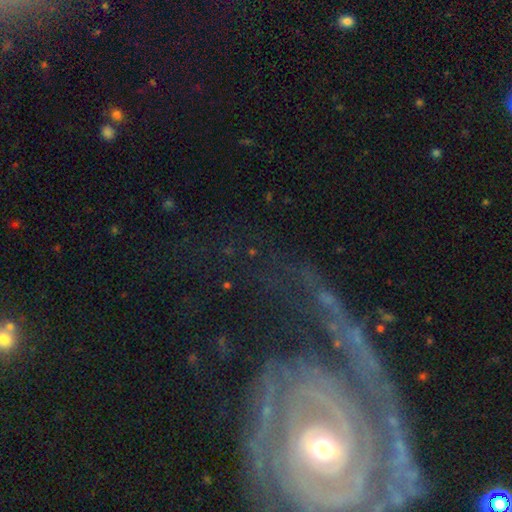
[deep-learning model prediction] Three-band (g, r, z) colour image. It shows a featured or disk galaxy (72%) with no bar (44%), 2 (34%) tight (57%) spiral arms (83%) and a small central bulge (46%). Merging: none (57%).